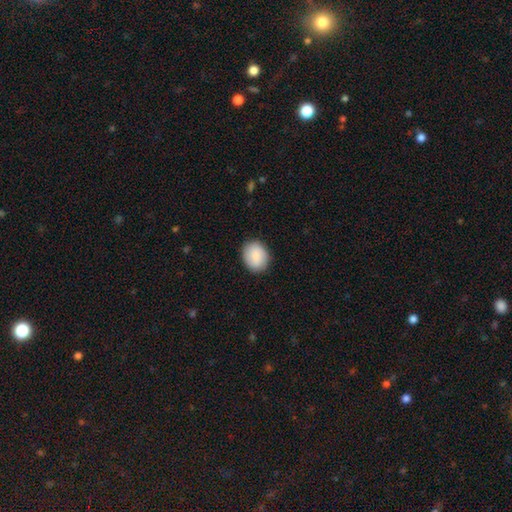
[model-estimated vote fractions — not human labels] Smooth or featured?
  - smooth: 88% *
  - star or artifact: 6%
  - featured or disk: 6%
How rounded?
  - in between: 50% *
  - round: 49%
  - cigar-shaped: 1%
Merging?
  - none: 87% *
  - minor disturbance: 10%
  - major disturbance: 2%
  - merger: 1%